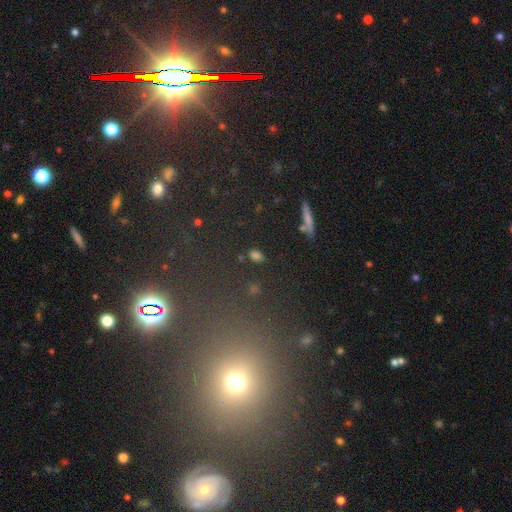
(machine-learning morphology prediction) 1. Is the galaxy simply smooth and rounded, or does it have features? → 68% smooth, 23% star or artifact, 9% featured or disk.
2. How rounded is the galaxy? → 70% in between, 21% round, 9% cigar-shaped.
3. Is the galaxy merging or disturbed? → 82% none, 10% minor disturbance, 4% merger, 3% major disturbance.